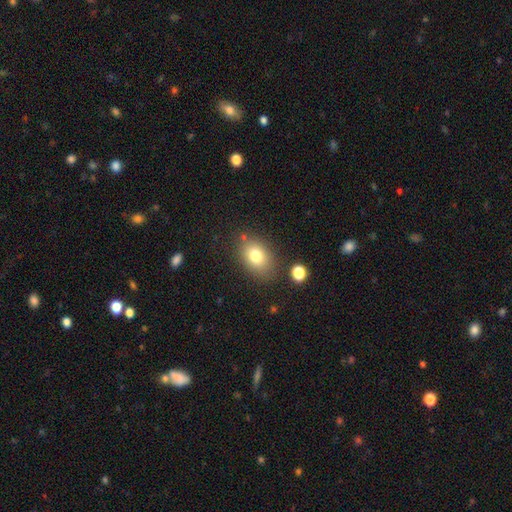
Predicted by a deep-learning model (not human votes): smooth_or_featured: smooth (p=0.78) [alt: featured or disk p=0.11]
how_rounded: in between (p=0.75) [alt: round p=0.24]
merging: none (p=0.79) [alt: minor disturbance p=0.13]